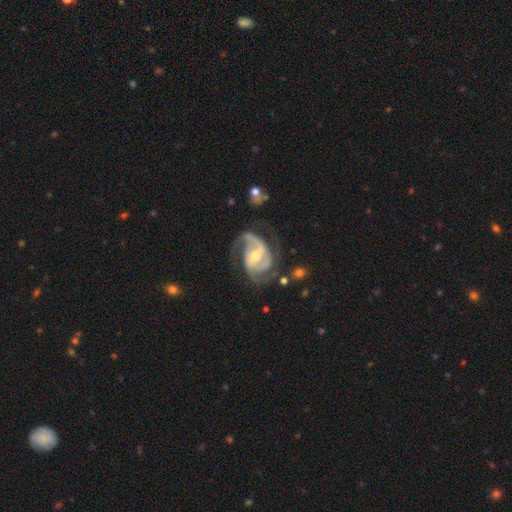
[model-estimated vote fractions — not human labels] Smooth or featured?
  - featured or disk: 90% *
  - smooth: 6%
  - star or artifact: 4%
Edge-on disk?
  - no: 98% *
  - yes: 2%
Bar?
  - weak: 47% *
  - strong: 28%
  - no: 26%
Spiral arms?
  - yes: 96% *
  - no: 4%
Spiral winding?
  - medium: 48% *
  - tight: 34%
  - loose: 18%
Spiral arm count?
  - 2: 54% *
  - 3: 22%
  - can't tell: 10%
  - 1: 8%
  - 4: 3%
  - more than 4: 3%
Bulge size?
  - moderate: 61% *
  - small: 33%
  - large: 4%
  - none: 2%
  - dominant: 1%
Merging?
  - none: 56% *
  - minor disturbance: 21%
  - major disturbance: 20%
  - merger: 3%